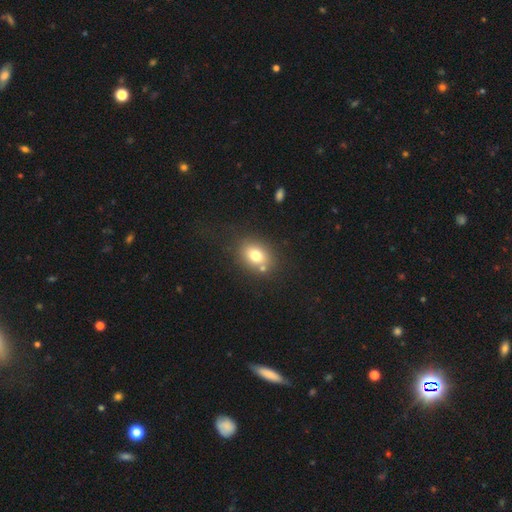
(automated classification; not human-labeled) This is likely a smooth galaxy (75%). How rounded: likely in between (63%). Merging: likely none (72%).